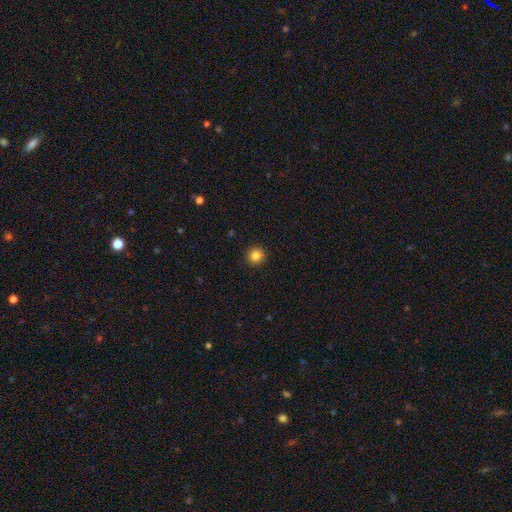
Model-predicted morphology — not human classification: Smooth or featured? Predicted: smooth (p=0.84). How rounded? Predicted: round (p=0.95). Merging? Predicted: none (p=0.93).